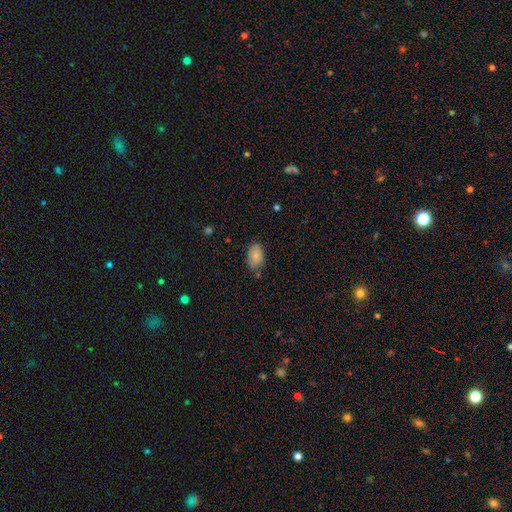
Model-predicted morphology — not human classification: smooth 84%, featured or disk 8%, star or artifact 7%. Down the decision tree: how rounded — in between (91%); merging — none (69%).